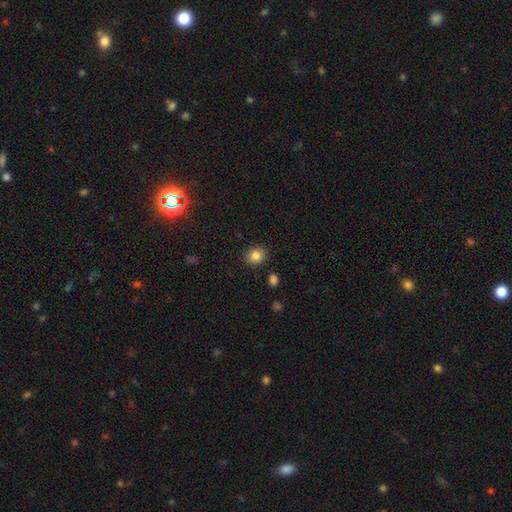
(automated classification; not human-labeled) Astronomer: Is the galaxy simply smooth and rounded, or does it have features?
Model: smooth — 85%.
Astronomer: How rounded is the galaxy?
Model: round — 70%.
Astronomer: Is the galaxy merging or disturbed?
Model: none — 88%.